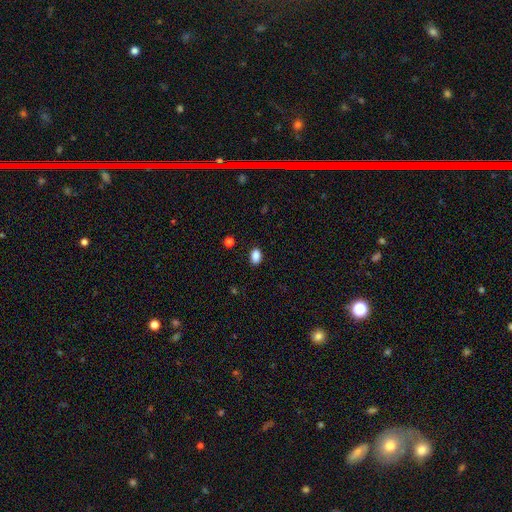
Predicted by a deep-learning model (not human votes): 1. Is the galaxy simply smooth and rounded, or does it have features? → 88% smooth, 9% star or artifact, 3% featured or disk.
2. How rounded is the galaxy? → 85% in between, 13% round, 2% cigar-shaped.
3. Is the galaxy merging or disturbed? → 88% none, 9% minor disturbance, 2% major disturbance, 1% merger.